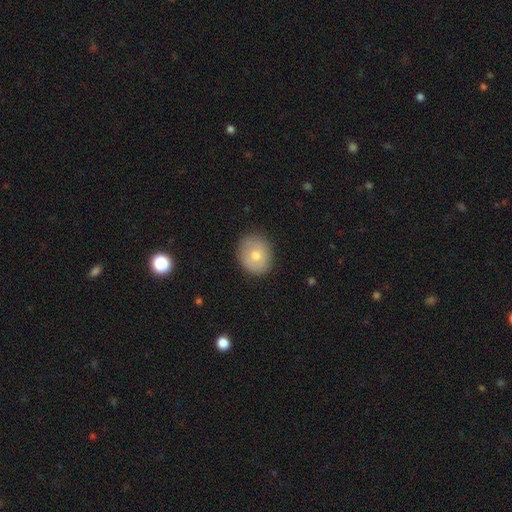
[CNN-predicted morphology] Smooth or featured? Predicted: smooth (p=0.67). How rounded? Predicted: round (p=0.72). Merging? Predicted: none (p=0.85).